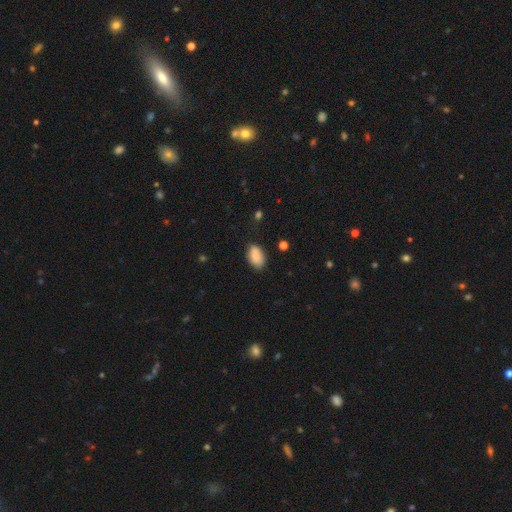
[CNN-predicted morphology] smooth_or_featured: smooth (p=0.88) [alt: star or artifact p=0.07]
how_rounded: in between (p=0.91) [alt: round p=0.08]
merging: none (p=0.76) [alt: minor disturbance p=0.18]